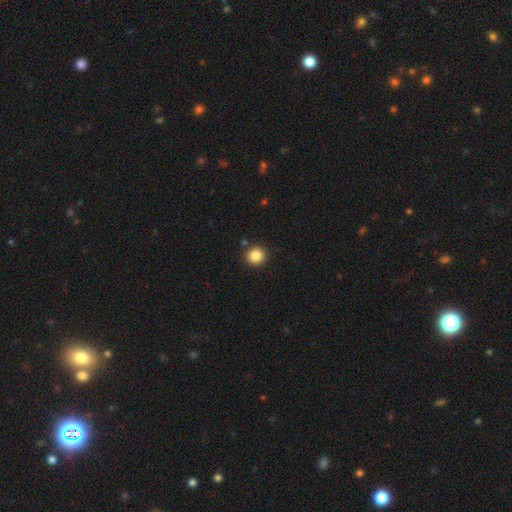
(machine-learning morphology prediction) Smooth or featured? smooth (86%)
How rounded? round (91%)
Merging? none (90%)